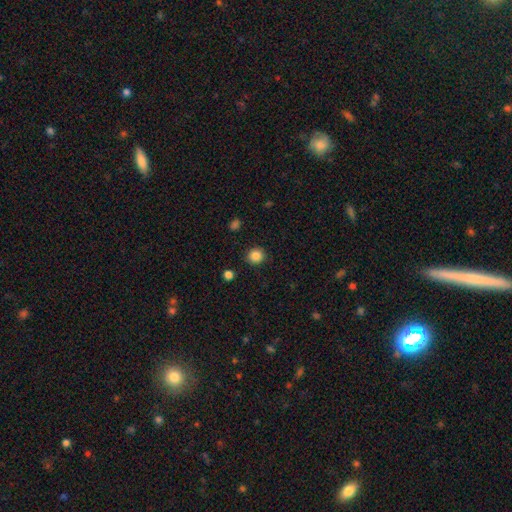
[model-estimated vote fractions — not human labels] Smooth or featured? smooth (86%)
How rounded? round (89%)
Merging? none (91%)